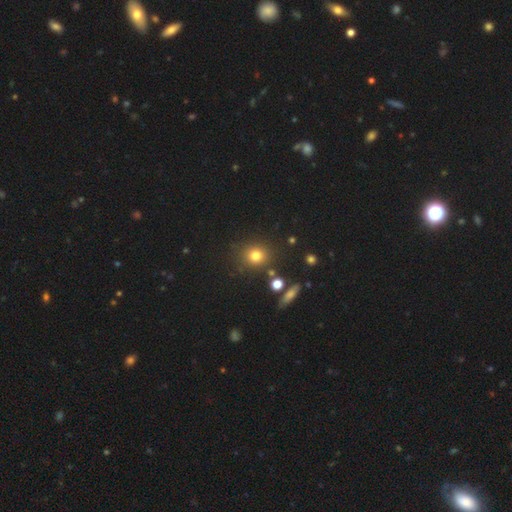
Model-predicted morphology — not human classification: A smooth galaxy with no disk features (78%) that is round (81%). Merging: none (83%).